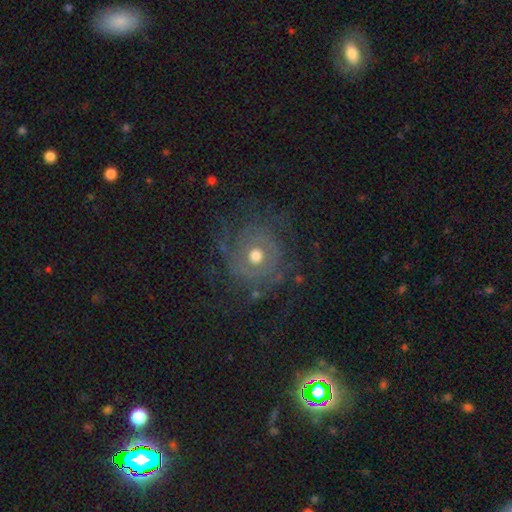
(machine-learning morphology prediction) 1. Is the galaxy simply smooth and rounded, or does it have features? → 66% featured or disk, 23% smooth, 11% star or artifact.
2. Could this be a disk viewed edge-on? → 96% no, 4% yes.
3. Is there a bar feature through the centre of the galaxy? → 87% no, 10% weak, 3% strong.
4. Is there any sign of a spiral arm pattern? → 69% yes, 31% no.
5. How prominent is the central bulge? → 71% moderate, 15% small, 11% large, 2% dominant, 1% none.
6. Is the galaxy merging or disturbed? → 67% none, 16% minor disturbance, 15% major disturbance, 2% merger.